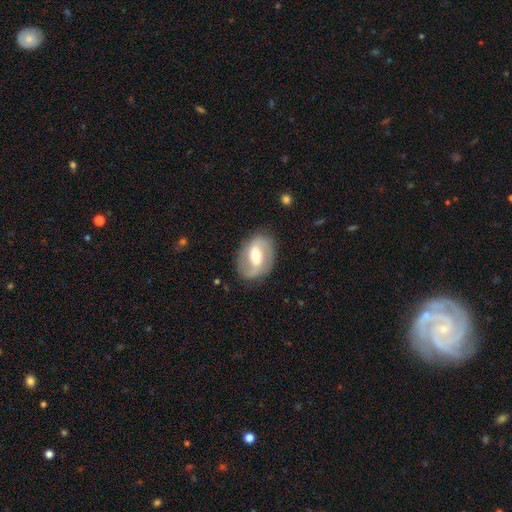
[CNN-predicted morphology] Q: Smooth or featured?
A: featured or disk (70%); runner-up: smooth (24%)
Q: Edge-on disk?
A: no (96%); runner-up: yes (4%)
Q: Bar?
A: weak (43%); runner-up: strong (36%)
Q: Spiral arms?
A: yes (76%); runner-up: no (24%)
Q: Spiral winding?
A: medium (45%); runner-up: loose (32%)
Q: Spiral arm count?
A: 2 (86%); runner-up: can't tell (7%)
Q: Bulge size?
A: moderate (68%); runner-up: small (15%)
Q: Merging?
A: none (82%); runner-up: minor disturbance (12%)